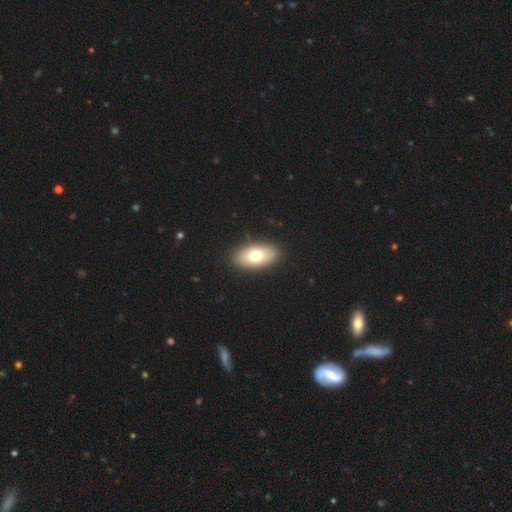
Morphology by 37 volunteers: A smooth galaxy with no disk features (81%) that is in between round and cigar-shaped (100%). Merging: none (86%).